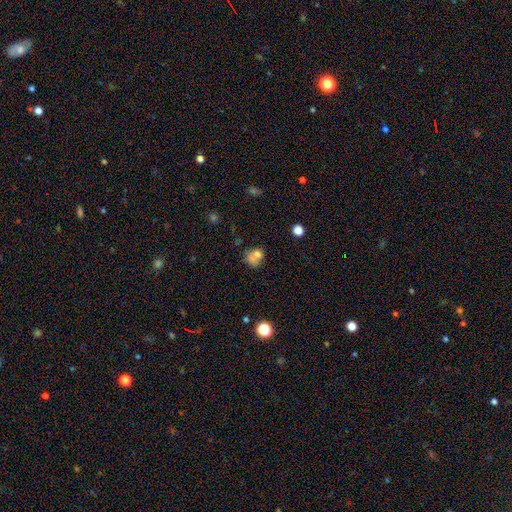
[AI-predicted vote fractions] This is likely a smooth galaxy (66%). How rounded: likely round (67%). Merging: marginally none (40%).